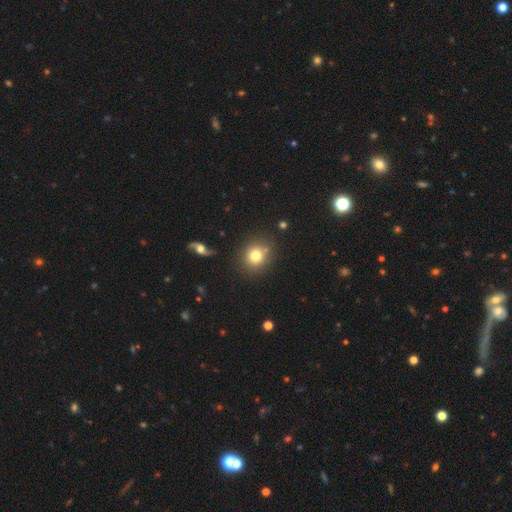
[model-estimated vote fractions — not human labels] Overall: smooth (78%). How rounded: round (83%). Merging: none (79%).